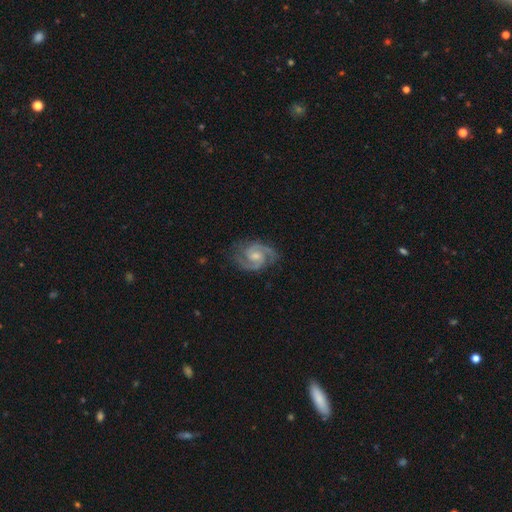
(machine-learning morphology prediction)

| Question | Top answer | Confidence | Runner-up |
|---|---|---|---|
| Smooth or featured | featured or disk | 91% | smooth (4%) |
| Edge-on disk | no | 98% | yes (2%) |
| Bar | no | 49% | weak (43%) |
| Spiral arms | yes | 98% | no (2%) |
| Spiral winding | medium | 52% | tight (41%) |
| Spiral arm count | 2 | 90% | 3 (4%) |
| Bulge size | moderate | 46% | small (44%) |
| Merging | none | 79% | minor disturbance (16%) |